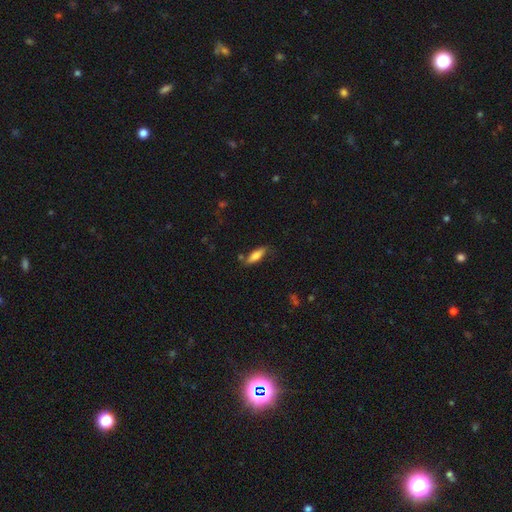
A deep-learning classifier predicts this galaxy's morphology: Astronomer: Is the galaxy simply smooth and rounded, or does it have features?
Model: smooth — 71%.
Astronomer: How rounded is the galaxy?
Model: in between — 54% (runner-up: cigar-shaped, 44%).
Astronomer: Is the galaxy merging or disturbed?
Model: none — 70%.